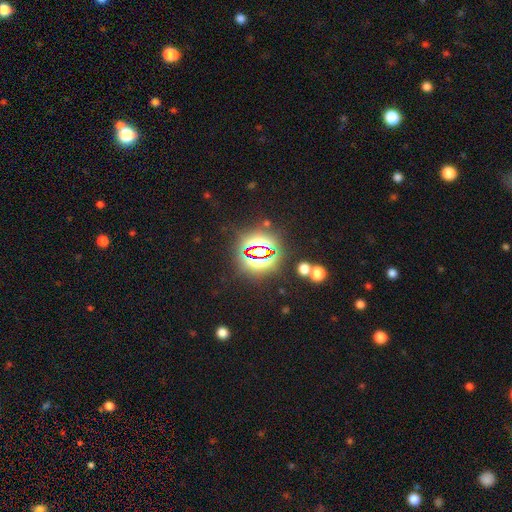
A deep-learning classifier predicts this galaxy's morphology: Overall: star or artifact (76%).